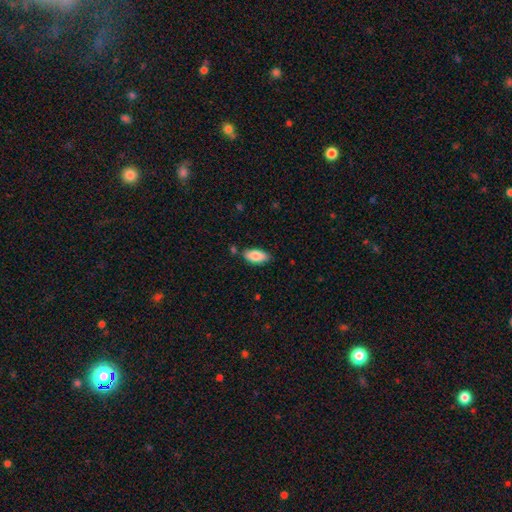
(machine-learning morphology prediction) A smooth galaxy with no disk features (84%) that is in between round and cigar-shaped (89%). Merging: none (77%).